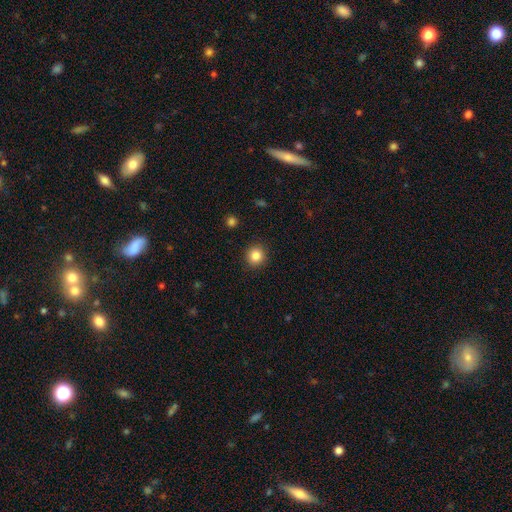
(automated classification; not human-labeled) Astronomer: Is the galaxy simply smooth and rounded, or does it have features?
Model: smooth — 85%.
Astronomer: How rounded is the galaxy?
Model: round — 91%.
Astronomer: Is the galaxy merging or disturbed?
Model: none — 91%.